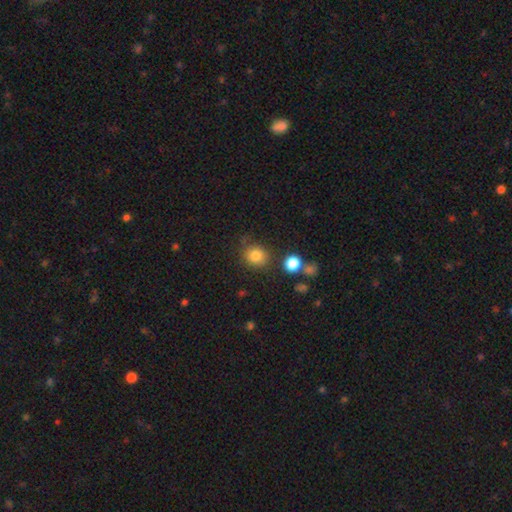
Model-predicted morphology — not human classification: The model was most divided on "how rounded": round: 80%, in between: 20%, cigar-shaped: 1%. More confident: smooth or featured — smooth (83%); merging — none (75%).